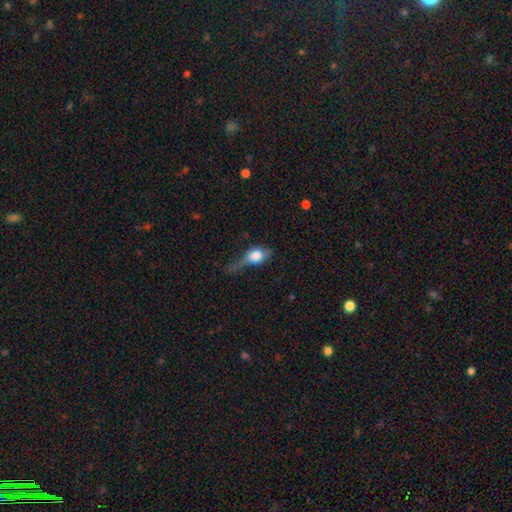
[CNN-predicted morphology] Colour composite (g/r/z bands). It shows a smooth galaxy with no disk features (67%) that is in between round and cigar-shaped (59%). Merging: major disturbance (38%).